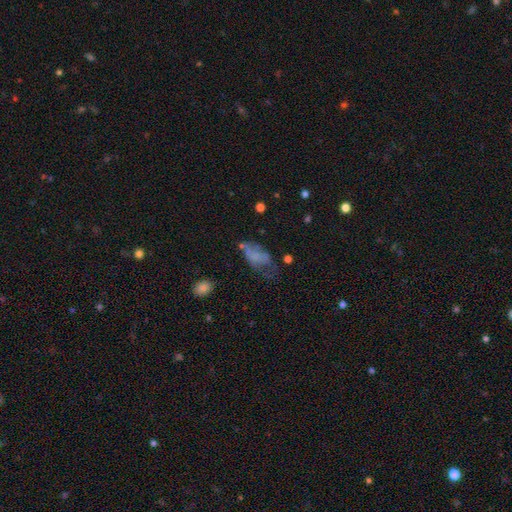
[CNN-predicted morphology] A smooth galaxy with no disk features (54%) that is in between round and cigar-shaped (88%). Merging: major disturbance (39%).